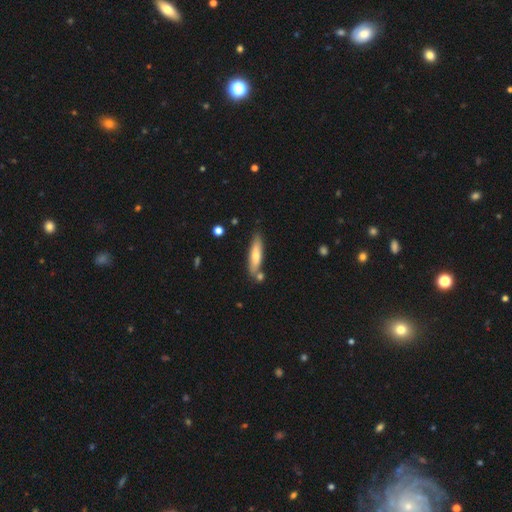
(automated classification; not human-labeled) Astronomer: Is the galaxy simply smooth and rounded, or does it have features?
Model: smooth — 64%.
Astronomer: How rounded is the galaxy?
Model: cigar-shaped — 75%.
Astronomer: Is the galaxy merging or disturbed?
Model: none — 73%.